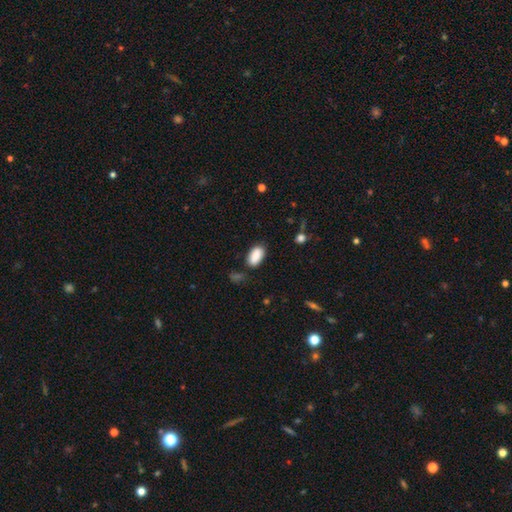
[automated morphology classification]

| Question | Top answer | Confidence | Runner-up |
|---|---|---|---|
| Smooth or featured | smooth | 88% | star or artifact (7%) |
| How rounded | in between | 93% | round (3%) |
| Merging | none | 78% | minor disturbance (15%) |